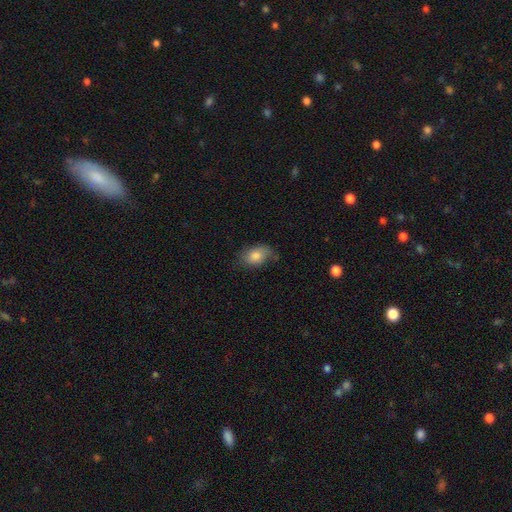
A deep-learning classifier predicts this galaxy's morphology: smooth-or-featured: smooth: 79% | featured or disk: 14% | star or artifact: 8%
  how-rounded: in between: 83% | round: 15% | cigar-shaped: 2%
  merging: none: 62% | minor disturbance: 28% | major disturbance: 8% | merger: 2%